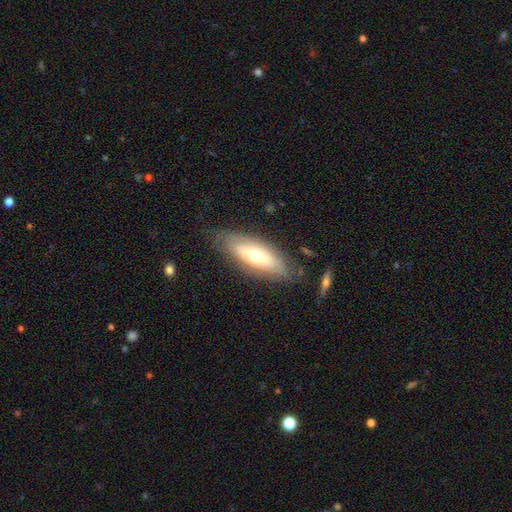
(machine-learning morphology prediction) Smooth or featured? smooth (49%)
Merging? none (78%)